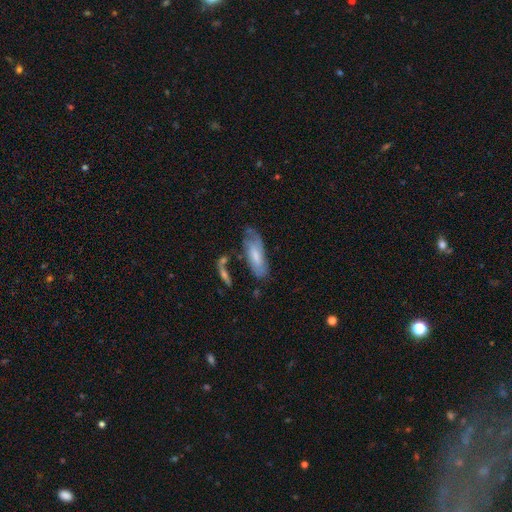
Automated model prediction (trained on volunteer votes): Smooth or featured? Predicted: featured or disk (p=0.51). Edge-on disk? Predicted: no (p=0.83). Merging? Predicted: none (p=0.54).